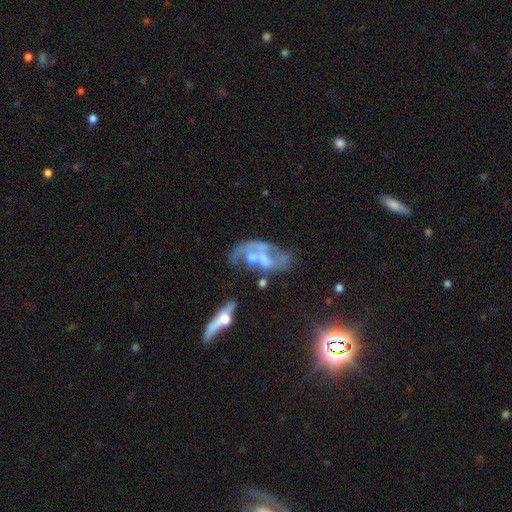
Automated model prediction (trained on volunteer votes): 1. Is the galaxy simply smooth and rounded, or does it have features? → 69% featured or disk, 20% smooth, 11% star or artifact.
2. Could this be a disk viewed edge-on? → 94% no, 6% yes.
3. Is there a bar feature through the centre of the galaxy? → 71% no, 23% weak, 6% strong.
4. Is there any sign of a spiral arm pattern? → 55% no, 45% yes.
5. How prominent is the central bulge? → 40% moderate, 28% small, 24% none, 6% large, 2% dominant.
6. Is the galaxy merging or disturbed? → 34% merger, 27% major disturbance, 24% none, 15% minor disturbance.